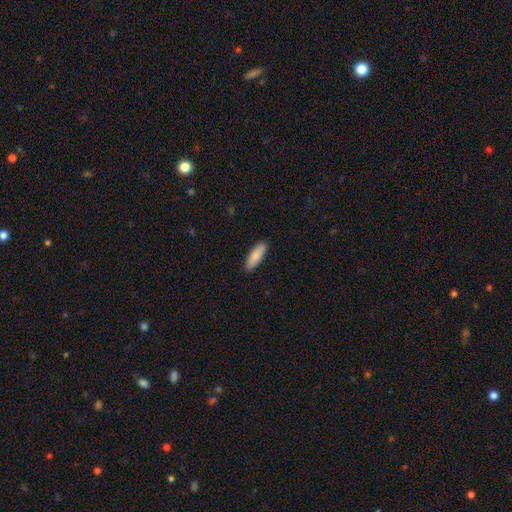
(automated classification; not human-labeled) Smooth or featured: smooth — 87% (featured or disk — 7%)
How rounded: cigar-shaped — 51% (in between — 47%)
Merging: none — 90% (minor disturbance — 7%)